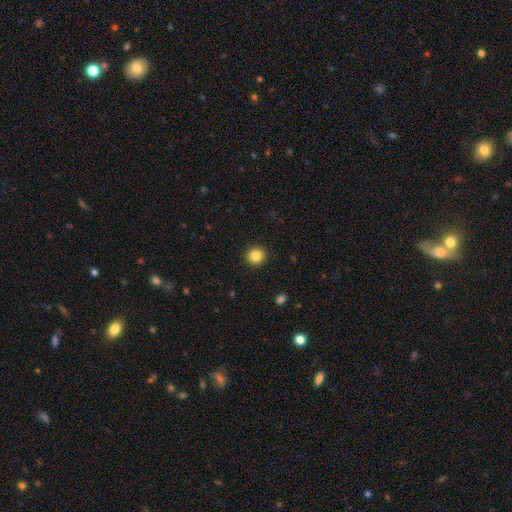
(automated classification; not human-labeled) This is clearly a smooth galaxy (84%). How rounded: clearly round (94%). Merging: clearly none (93%).